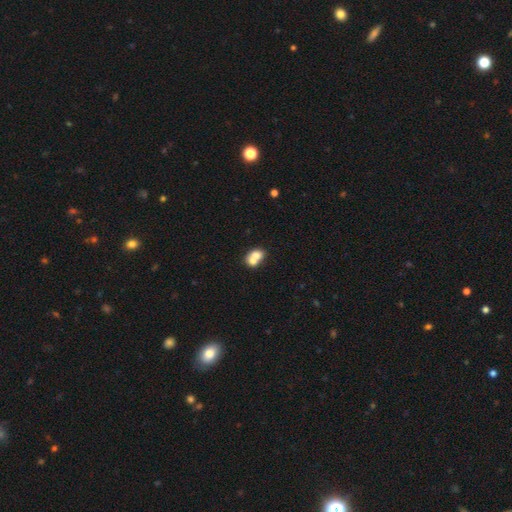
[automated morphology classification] smooth 71%, featured or disk 20%, star or artifact 9%. Down the decision tree: how rounded — in between (57%); merging — merger (67%).